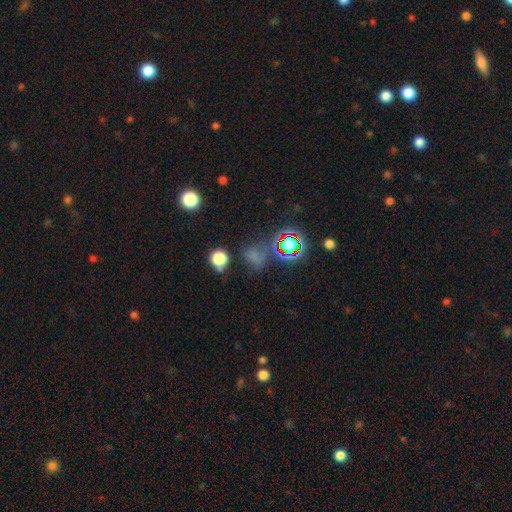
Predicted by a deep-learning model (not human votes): Smooth or featured?
  - smooth: 49% *
  - star or artifact: 41%
  - featured or disk: 10%
Merging?
  - none: 57% *
  - minor disturbance: 18%
  - major disturbance: 14%
  - merger: 11%